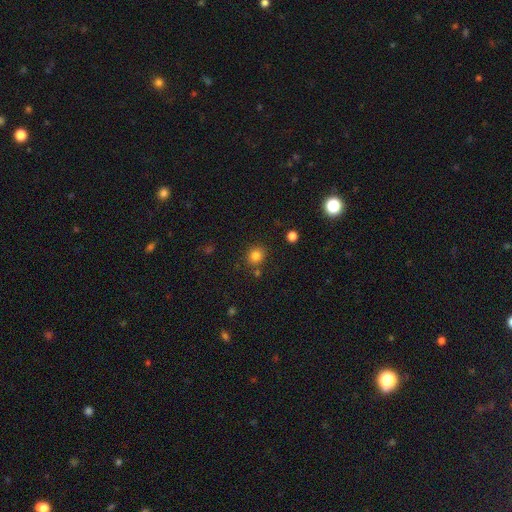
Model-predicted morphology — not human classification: A smooth galaxy with no disk features (82%) that is round (85%).

Vote fractions:
- Smooth or featured? smooth: 82% / star or artifact: 13% / featured or disk: 6%
- How rounded? round: 85% / in between: 14% / cigar-shaped: 1%
- Merging? none: 81% / minor disturbance: 9% / merger: 7% / major disturbance: 3%